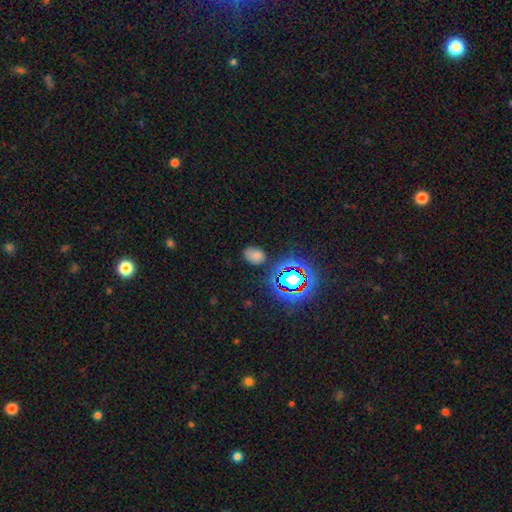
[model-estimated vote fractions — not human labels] Morphology: type=smooth (68%); roundness=in between (70%); merging=none (76%).